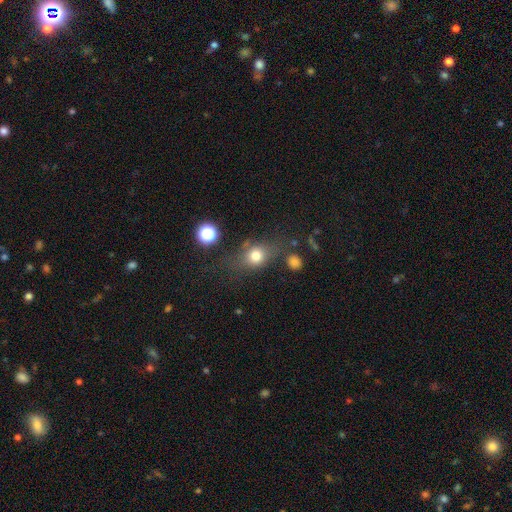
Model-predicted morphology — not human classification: A smooth galaxy with no disk features (72%) that is round (51%). Merging: none (56%).